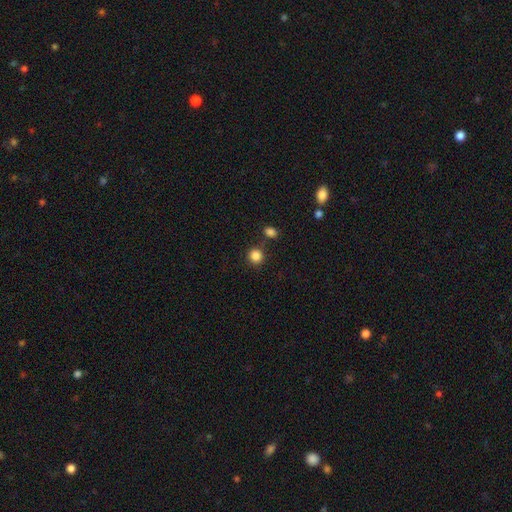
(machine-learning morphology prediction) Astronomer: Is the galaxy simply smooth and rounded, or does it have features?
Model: smooth — 86%.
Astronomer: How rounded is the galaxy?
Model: round — 90%.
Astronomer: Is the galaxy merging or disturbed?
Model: none — 81%.